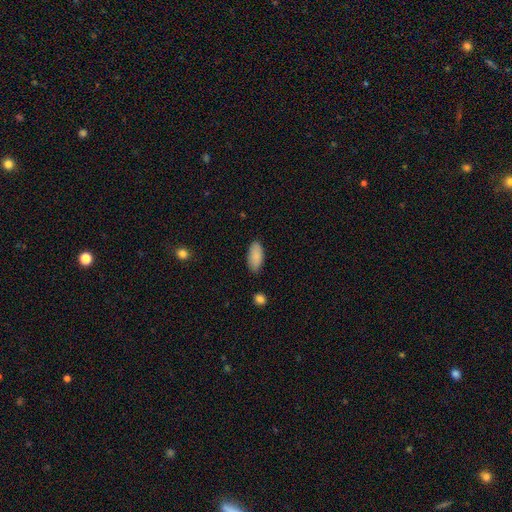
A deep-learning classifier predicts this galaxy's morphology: smooth_or_featured: smooth (p=0.88) [alt: star or artifact p=0.06]
how_rounded: in between (p=0.90) [alt: cigar-shaped p=0.08]
merging: none (p=0.84) [alt: minor disturbance p=0.12]